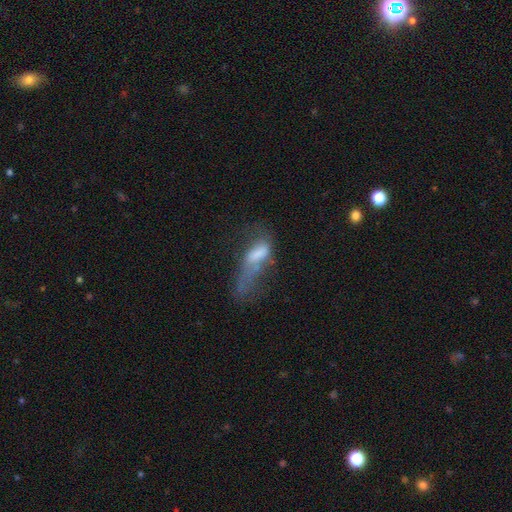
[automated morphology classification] This appears to be a smooth galaxy with no disk features (46%). Merging: major disturbance (51%).